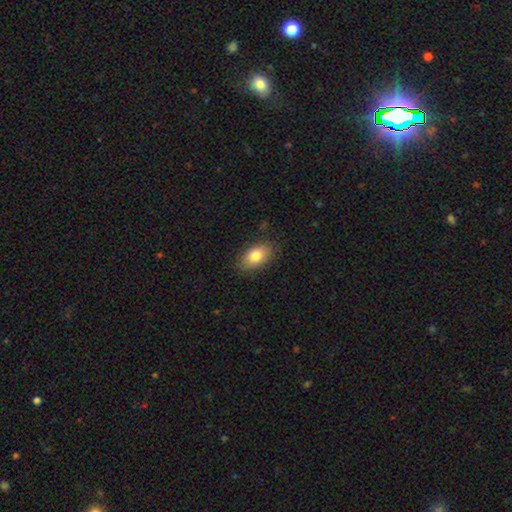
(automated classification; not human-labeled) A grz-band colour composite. It shows a smooth galaxy with no disk features (81%) that is in between round and cigar-shaped (90%). Merging: none (84%).